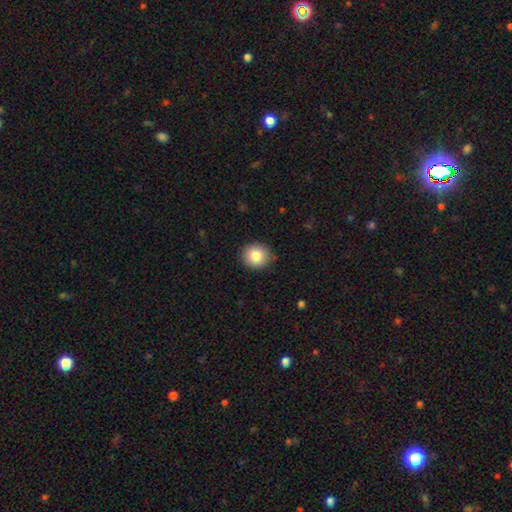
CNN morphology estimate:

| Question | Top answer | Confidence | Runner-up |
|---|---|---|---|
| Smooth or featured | smooth | 83% | star or artifact (9%) |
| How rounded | round | 81% | in between (19%) |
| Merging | none | 88% | minor disturbance (9%) |